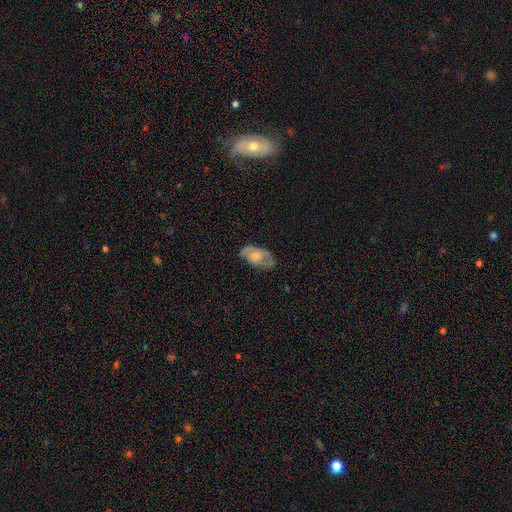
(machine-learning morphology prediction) A featured or disk galaxy (51%). Merging: none (60%).